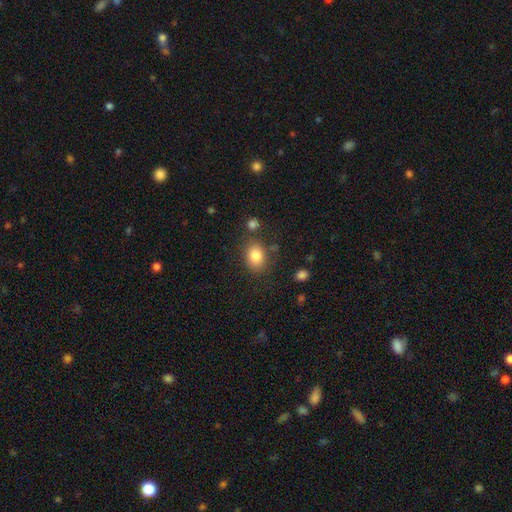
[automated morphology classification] Smooth or featured?
  - smooth: 84% *
  - star or artifact: 9%
  - featured or disk: 7%
How rounded?
  - in between: 64% *
  - round: 35%
  - cigar-shaped: 1%
Merging?
  - none: 76% *
  - minor disturbance: 14%
  - merger: 6%
  - major disturbance: 5%